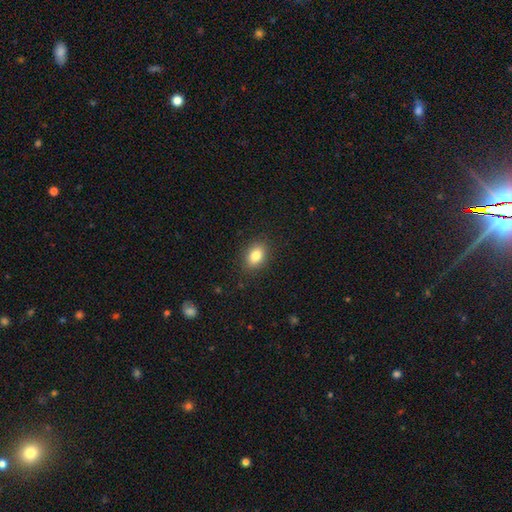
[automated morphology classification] smooth 84%, star or artifact 9%, featured or disk 7%. Down the decision tree: how rounded — in between (76%); merging — none (87%).